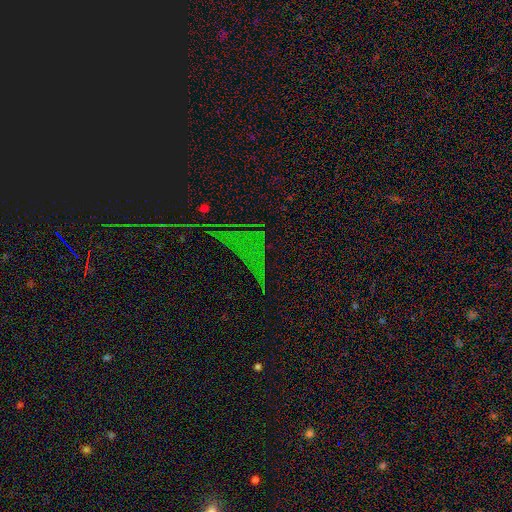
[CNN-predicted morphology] smooth-or-featured: star or artifact: 74% | smooth: 15% | featured or disk: 11%